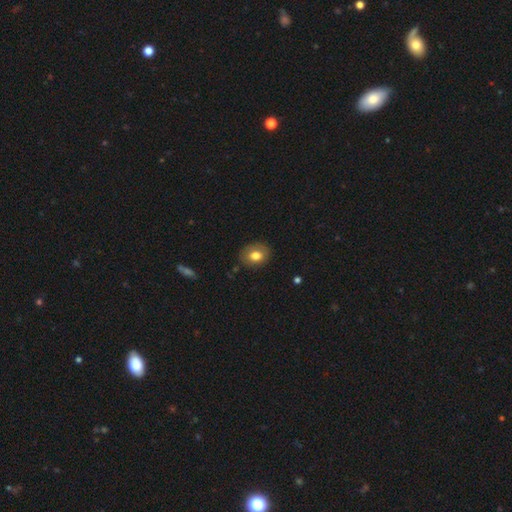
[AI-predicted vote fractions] Q: Smooth or featured?
A: smooth (78%); runner-up: featured or disk (14%)
Q: How rounded?
A: in between (51%); runner-up: round (48%)
Q: Merging?
A: none (83%); runner-up: minor disturbance (13%)